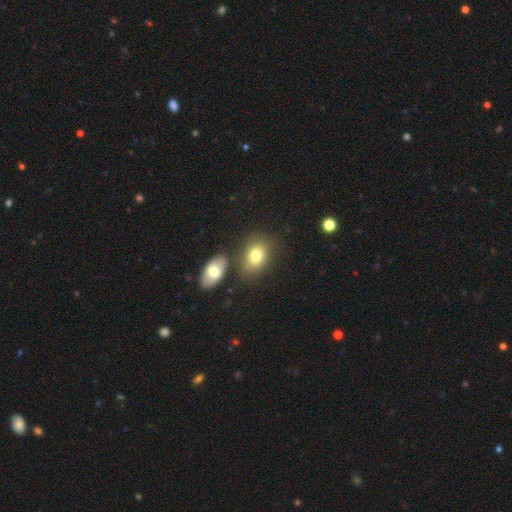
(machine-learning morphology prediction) Q: Smooth or featured?
A: smooth (77%); runner-up: featured or disk (13%)
Q: How rounded?
A: in between (74%); runner-up: round (24%)
Q: Merging?
A: none (65%); runner-up: merger (18%)